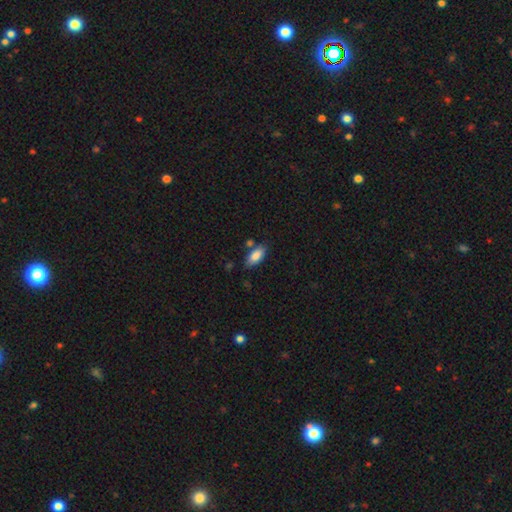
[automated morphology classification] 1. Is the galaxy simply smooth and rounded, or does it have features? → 85% smooth, 8% featured or disk, 7% star or artifact.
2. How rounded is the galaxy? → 88% in between, 9% cigar-shaped, 2% round.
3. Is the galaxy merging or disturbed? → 73% none, 15% minor disturbance, 8% merger, 3% major disturbance.